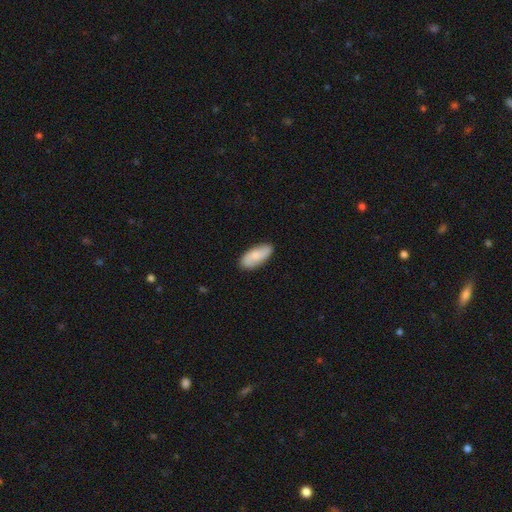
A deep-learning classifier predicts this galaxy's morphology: The model was most divided on "smooth or featured": smooth: 71%, featured or disk: 23%, star or artifact: 6%. More confident: merging — none (85%); how rounded — in between (85%).